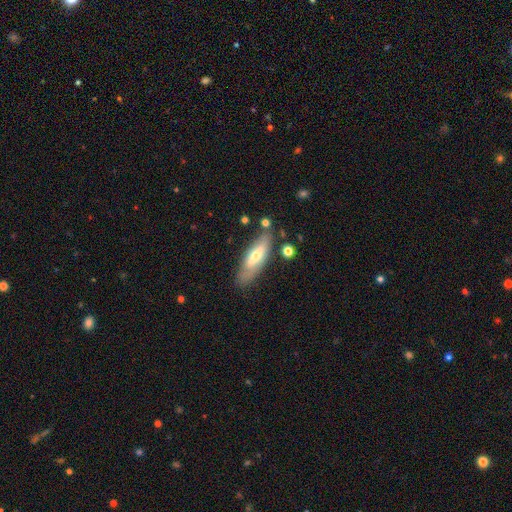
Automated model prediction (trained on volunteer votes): Smooth or featured?
  - featured or disk: 48% *
  - smooth: 46%
  - star or artifact: 6%
Merging?
  - none: 76% *
  - minor disturbance: 16%
  - major disturbance: 4%
  - merger: 4%